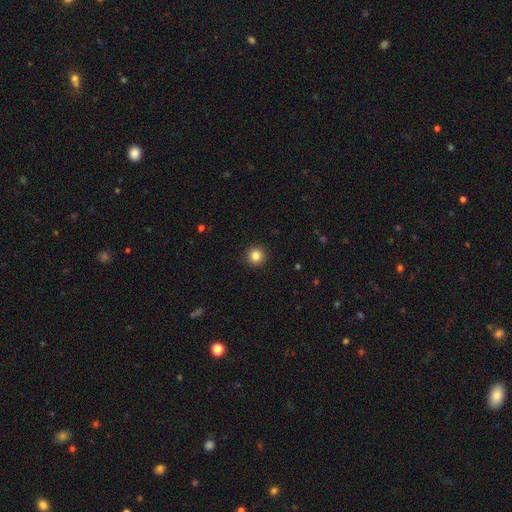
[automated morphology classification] smooth 84%, star or artifact 11%, featured or disk 5%. Down the decision tree: how rounded — round (95%); merging — none (93%).